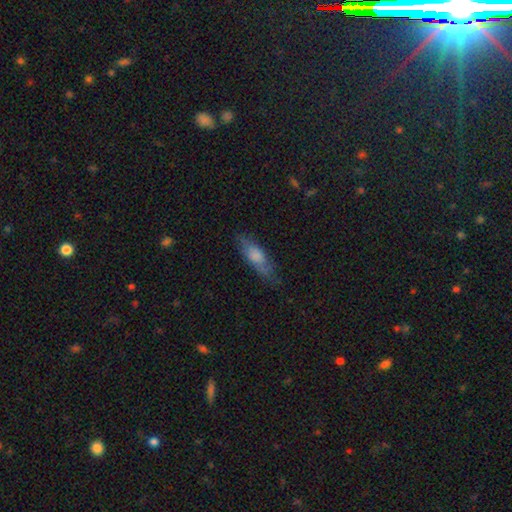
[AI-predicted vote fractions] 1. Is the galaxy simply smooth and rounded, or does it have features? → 64% smooth, 29% featured or disk, 7% star or artifact.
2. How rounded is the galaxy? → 52% in between, 45% cigar-shaped, 3% round.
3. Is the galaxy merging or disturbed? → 67% none, 23% minor disturbance, 8% major disturbance, 2% merger.